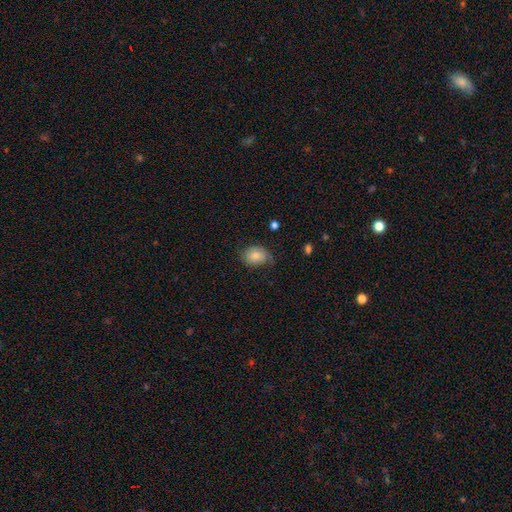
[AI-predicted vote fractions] A smooth galaxy with no disk features (76%) that is in between round and cigar-shaped (67%).

Vote fractions:
- Smooth or featured? smooth: 76% / featured or disk: 16% / star or artifact: 8%
- How rounded? in between: 67% / round: 32% / cigar-shaped: 1%
- Merging? none: 55% / minor disturbance: 32% / major disturbance: 12% / merger: 2%